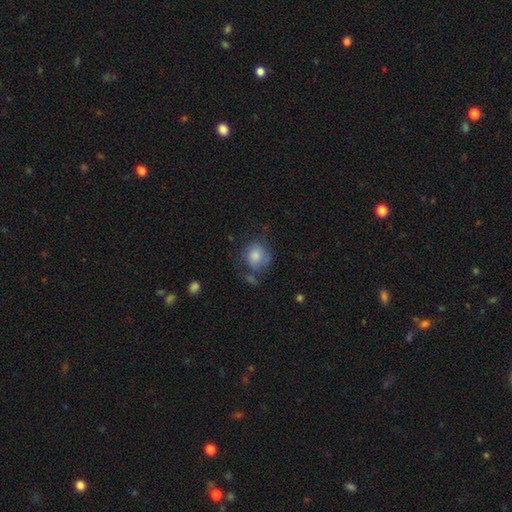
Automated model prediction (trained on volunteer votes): A smooth galaxy with no disk features (75%) that is round (71%).

Vote fractions:
- Smooth or featured? smooth: 75% / featured or disk: 17% / star or artifact: 8%
- How rounded? round: 71% / in between: 28% / cigar-shaped: 1%
- Merging? none: 49% / minor disturbance: 27% / major disturbance: 17% / merger: 8%